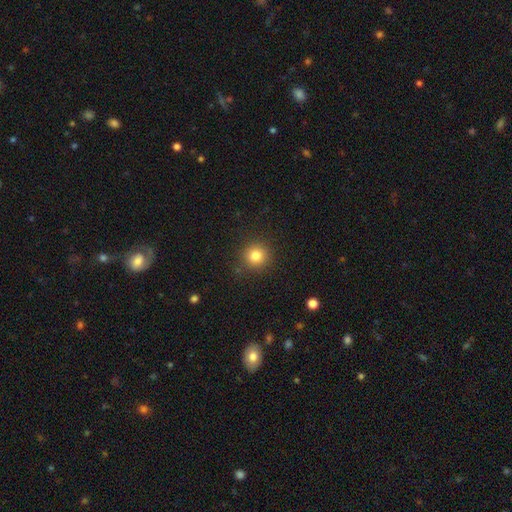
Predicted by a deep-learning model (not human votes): Morphology: type=smooth (82%); roundness=round (93%); merging=none (89%).